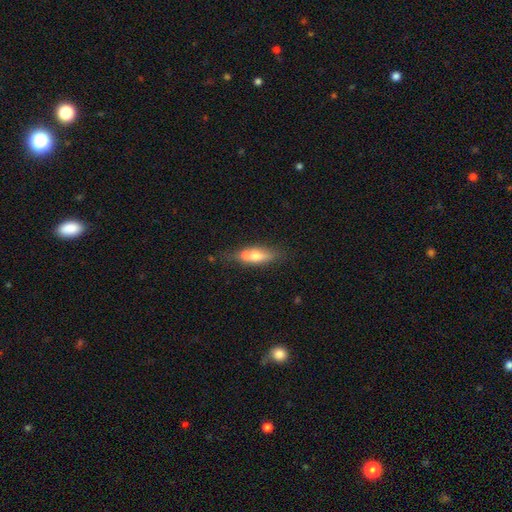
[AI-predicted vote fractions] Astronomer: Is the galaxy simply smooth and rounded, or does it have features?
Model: smooth — 57% (runner-up: featured or disk, 35%).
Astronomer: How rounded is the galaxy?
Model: in between — 57% (runner-up: cigar-shaped, 36%).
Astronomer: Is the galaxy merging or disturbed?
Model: none — 43% (runner-up: merger, 39%).